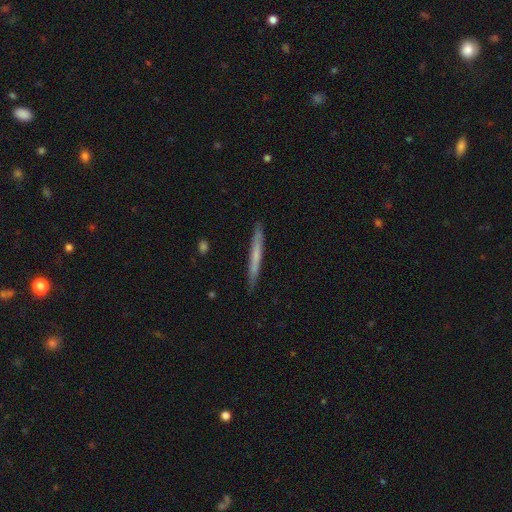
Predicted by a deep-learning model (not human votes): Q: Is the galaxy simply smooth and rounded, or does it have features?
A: smooth — 56%.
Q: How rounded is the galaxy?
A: cigar-shaped — 97%.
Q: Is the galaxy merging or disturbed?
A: none — 90%.